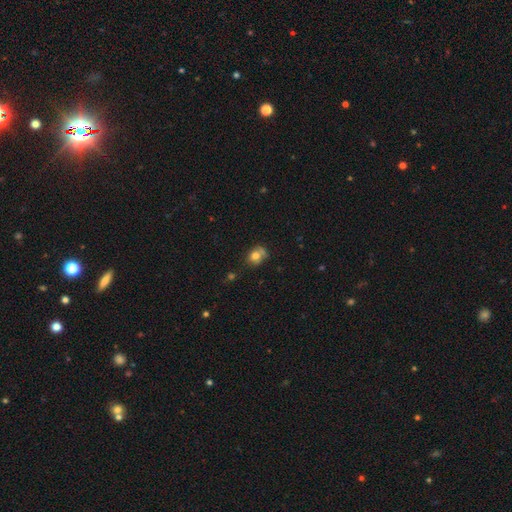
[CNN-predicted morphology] This is likely a smooth galaxy (75%). How rounded: possibly round (60%). Merging: possibly none (50%).